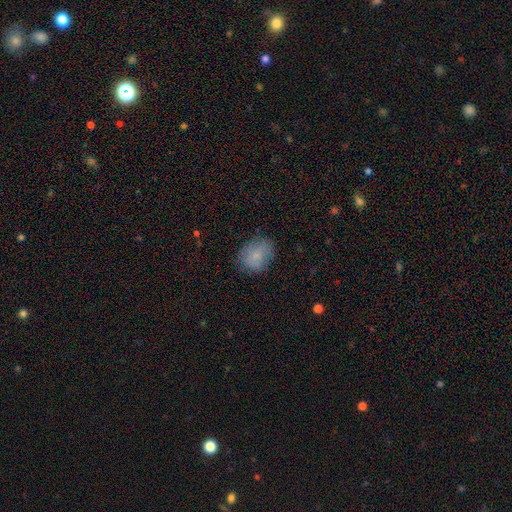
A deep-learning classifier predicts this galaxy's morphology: Overall: smooth (78%). How rounded: in between (52%; round 47%). Merging: none (73%).